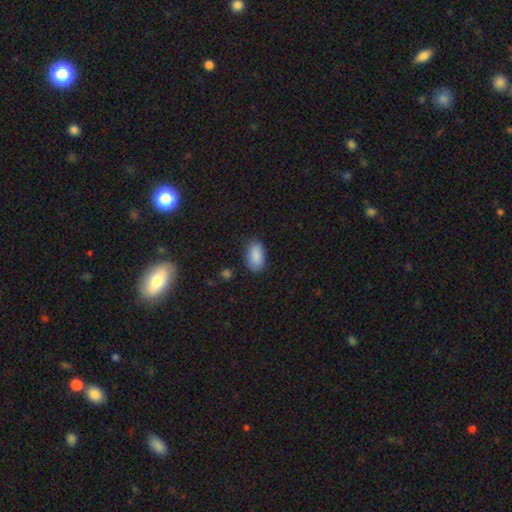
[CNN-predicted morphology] Smooth or featured? Predicted: smooth (p=0.89). How rounded? Predicted: in between (p=0.93). Merging? Predicted: none (p=0.81).